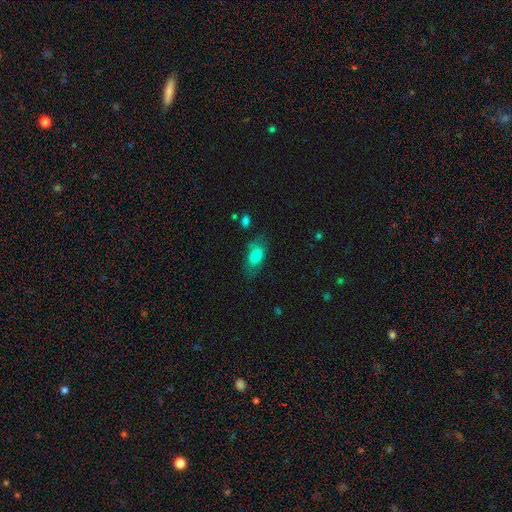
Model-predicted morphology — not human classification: Smooth or featured?
  - smooth: 75% *
  - featured or disk: 18%
  - star or artifact: 8%
How rounded?
  - in between: 87% *
  - cigar-shaped: 7%
  - round: 7%
Merging?
  - none: 64% *
  - minor disturbance: 24%
  - major disturbance: 9%
  - merger: 3%